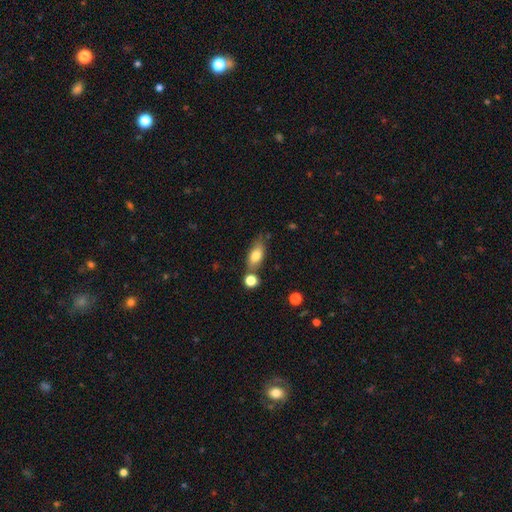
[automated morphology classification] A smooth galaxy with no disk features (77%) that is in between round and cigar-shaped (81%). Merging: none (60%).